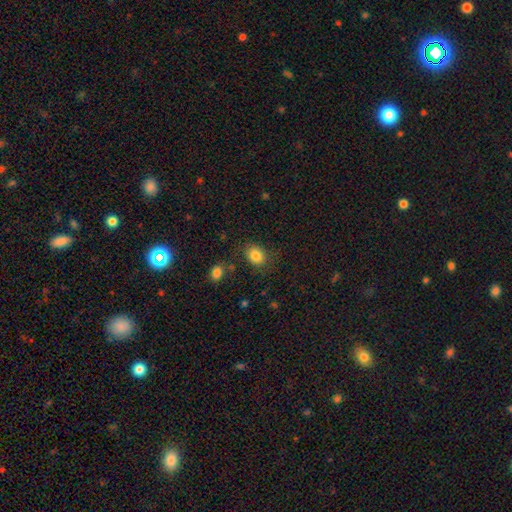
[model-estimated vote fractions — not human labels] A smooth galaxy with no disk features (84%) that is round (51%). Merging: none (79%).